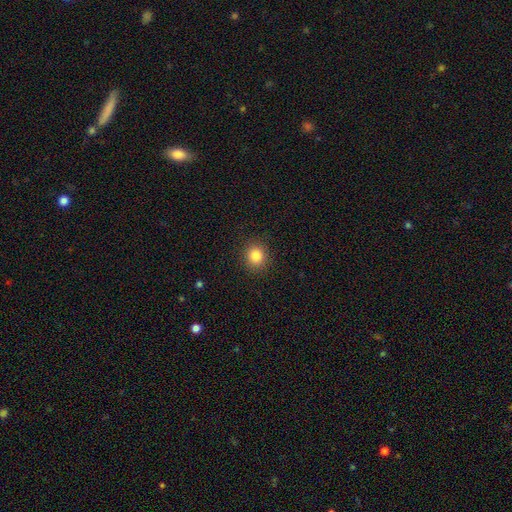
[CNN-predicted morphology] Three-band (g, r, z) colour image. It shows a smooth galaxy with no disk features (85%) that is round (82%). Merging: none (90%).